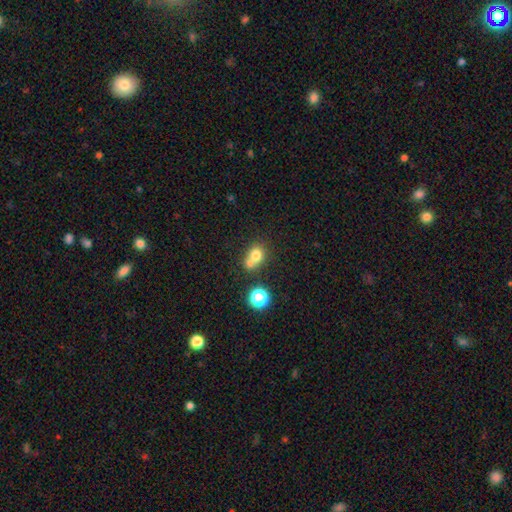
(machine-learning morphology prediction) Smooth or featured? Predicted: smooth (p=0.73). How rounded? Predicted: round (p=0.72). Merging? Predicted: merger (p=0.51).